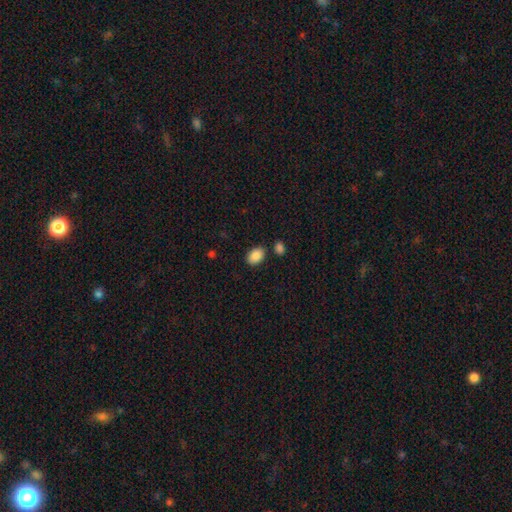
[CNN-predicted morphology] Smooth or featured?
  - smooth: 88% *
  - star or artifact: 7%
  - featured or disk: 4%
How rounded?
  - in between: 85% *
  - round: 14%
  - cigar-shaped: 1%
Merging?
  - none: 81% *
  - minor disturbance: 10%
  - merger: 6%
  - major disturbance: 3%